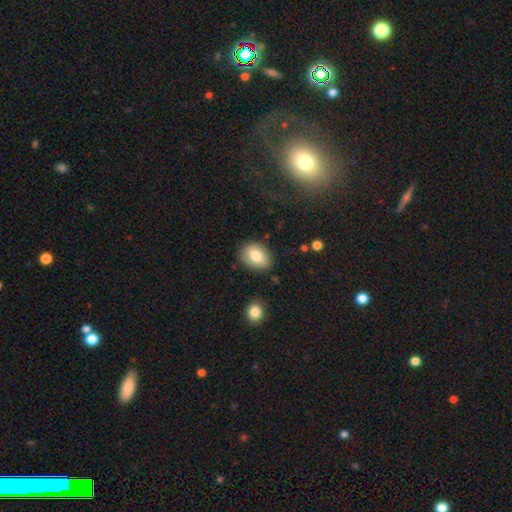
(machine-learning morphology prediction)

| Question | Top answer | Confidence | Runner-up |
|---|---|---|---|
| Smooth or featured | smooth | 80% | featured or disk (12%) |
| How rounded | in between | 71% | round (28%) |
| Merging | none | 80% | minor disturbance (14%) |